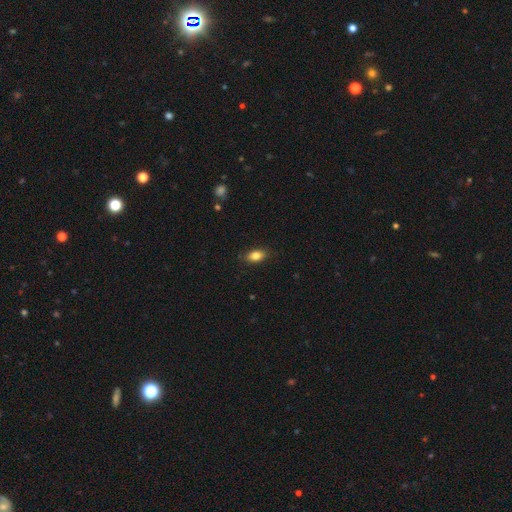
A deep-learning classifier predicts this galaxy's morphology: Q: Smooth or featured?
A: smooth (85%); runner-up: star or artifact (8%)
Q: How rounded?
A: in between (89%); runner-up: round (8%)
Q: Merging?
A: none (86%); runner-up: minor disturbance (10%)